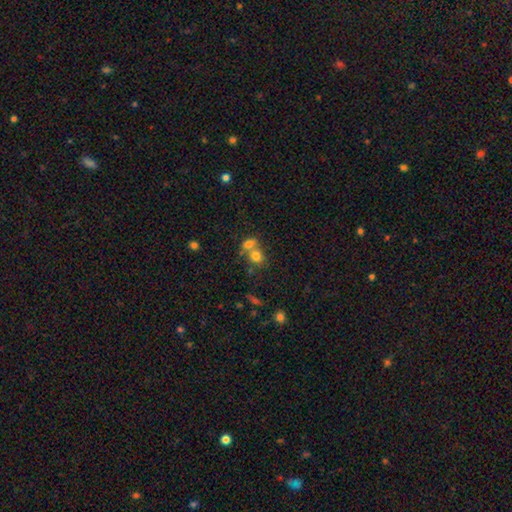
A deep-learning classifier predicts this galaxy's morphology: A smooth galaxy with no disk features (74%) that is round (69%).

Vote fractions:
- Smooth or featured? smooth: 74% / featured or disk: 13% / star or artifact: 13%
- How rounded? round: 69% / in between: 30% / cigar-shaped: 1%
- Merging? merger: 57% / none: 33% / minor disturbance: 7% / major disturbance: 3%